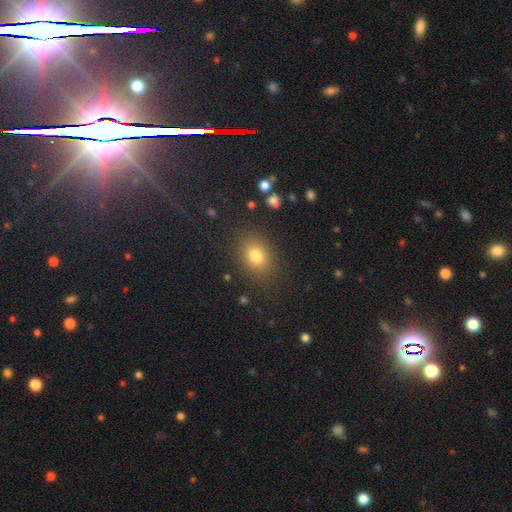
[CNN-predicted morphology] Smooth or featured? smooth (78%)
How rounded? in between (58%)
Merging? none (86%)